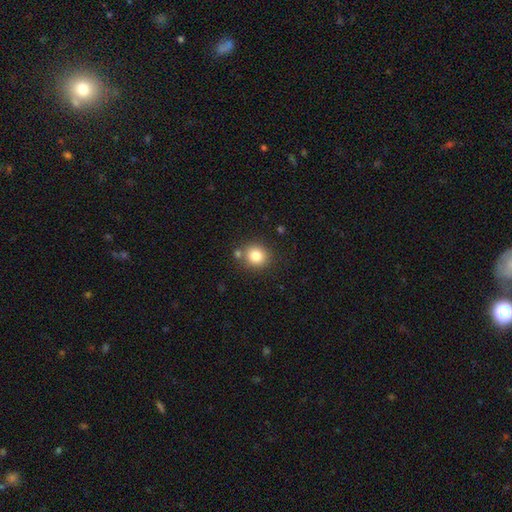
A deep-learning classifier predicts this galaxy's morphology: A smooth galaxy with no disk features (82%) that is round (86%). Merging: none (78%).